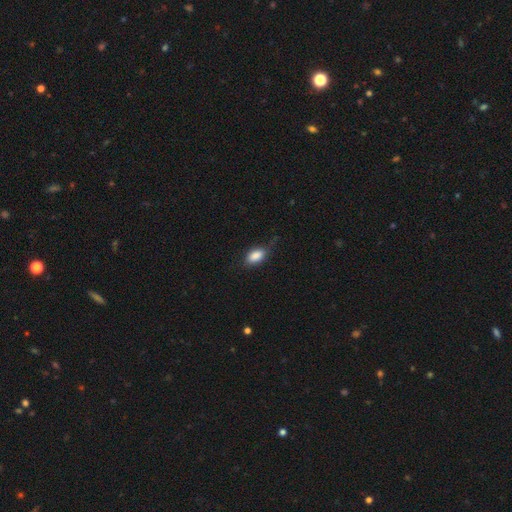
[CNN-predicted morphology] smooth 85%, featured or disk 8%, star or artifact 7%. Down the decision tree: how rounded — in between (89%); merging — none (62%).